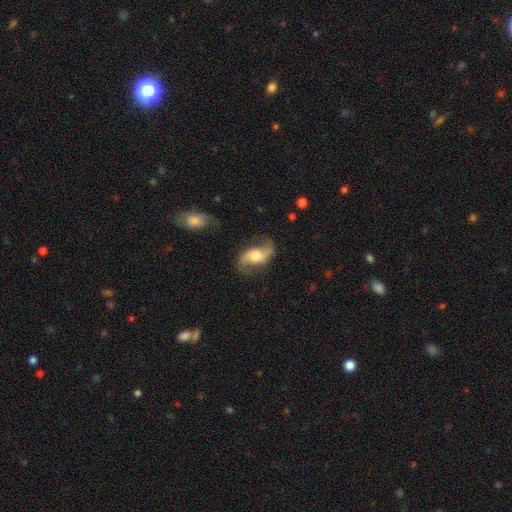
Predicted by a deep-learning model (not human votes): smooth_or_featured: featured or disk (p=0.74) [alt: smooth p=0.20]
disk_edge_on: no (p=0.95) [alt: yes p=0.05]
bar: no (p=0.48) [alt: weak p=0.36]
has_spiral_arms: yes (p=0.93) [alt: no p=0.07]
spiral_winding: loose (p=0.69) [alt: medium p=0.25]
spiral_arm_count: 2 (p=0.91) [alt: can't tell p=0.03]
bulge_size: moderate (p=0.51) [alt: large p=0.21]
merging: none (p=0.68) [alt: minor disturbance p=0.19]